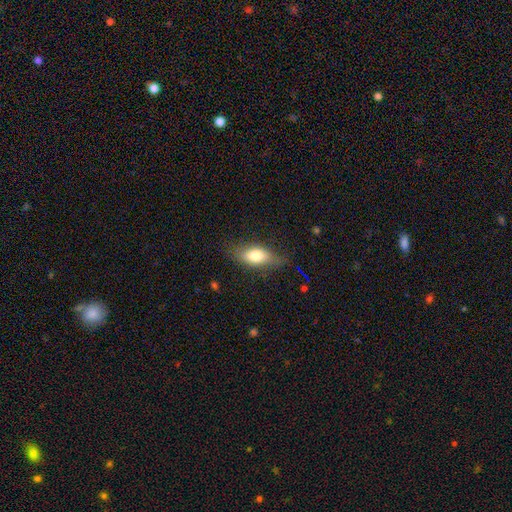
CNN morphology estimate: smooth_or_featured: smooth (p=0.72) [alt: featured or disk p=0.21]
how_rounded: in between (p=0.79) [alt: cigar-shaped p=0.15]
merging: none (p=0.70) [alt: minor disturbance p=0.22]